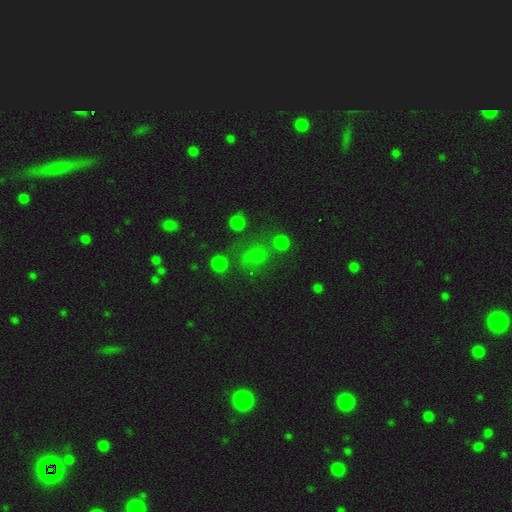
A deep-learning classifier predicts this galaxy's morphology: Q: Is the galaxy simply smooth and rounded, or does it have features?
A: smooth — 55%.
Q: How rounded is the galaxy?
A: round — 74%.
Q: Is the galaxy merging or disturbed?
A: none — 63%.